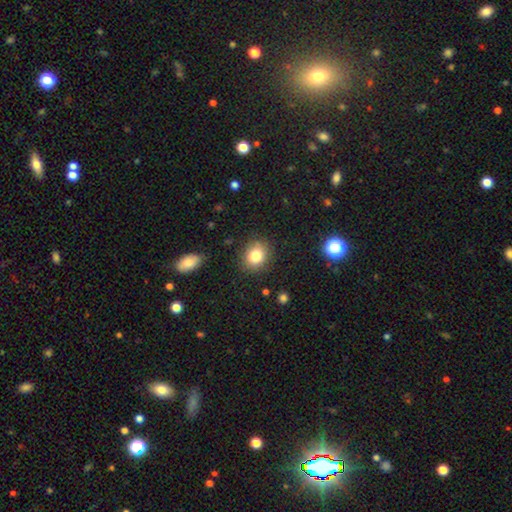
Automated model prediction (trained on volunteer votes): The model was most divided on "how rounded": round: 65%, in between: 34%, cigar-shaped: 1%. More confident: merging — none (84%); smooth or featured — smooth (82%).